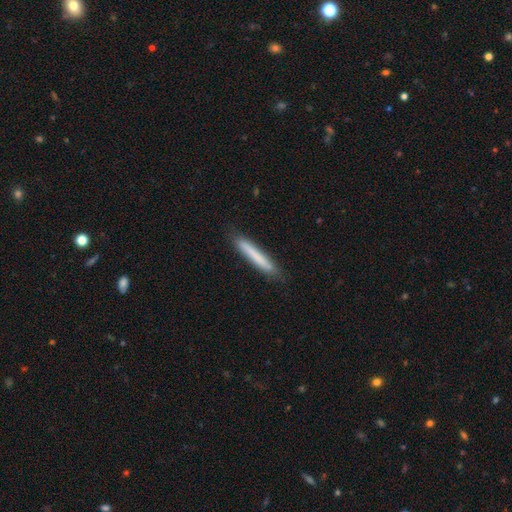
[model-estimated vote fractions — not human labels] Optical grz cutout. It shows a smooth galaxy with no disk features (75%) that is cigar-shaped (95%). Merging: none (85%).